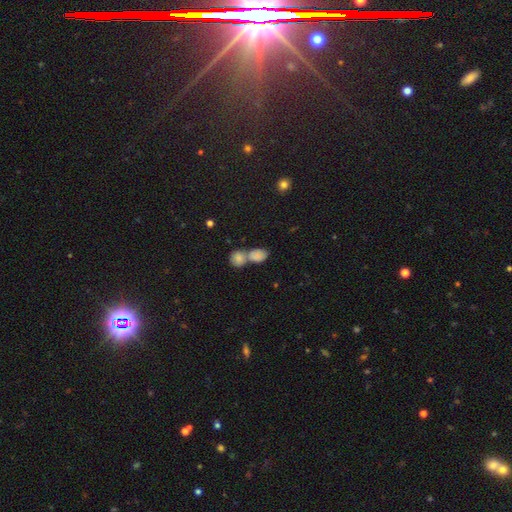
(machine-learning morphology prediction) smooth-or-featured: smooth: 82% | star or artifact: 10% | featured or disk: 9%
  how-rounded: in between: 72% | round: 26% | cigar-shaped: 2%
  merging: merger: 65% | none: 25% | minor disturbance: 7% | major disturbance: 4%